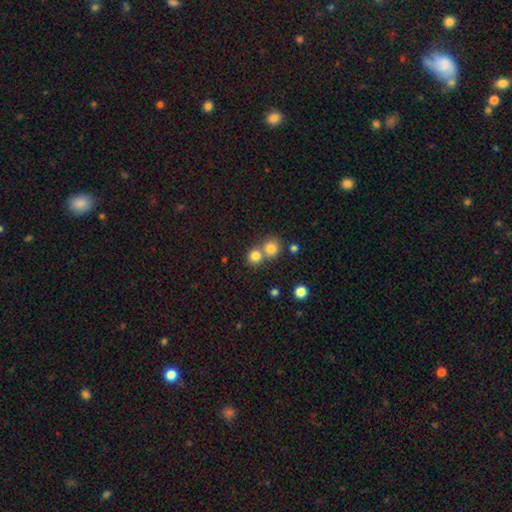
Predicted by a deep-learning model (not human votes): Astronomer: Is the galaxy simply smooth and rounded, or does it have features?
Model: smooth — 81%.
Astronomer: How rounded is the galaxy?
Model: round — 86%.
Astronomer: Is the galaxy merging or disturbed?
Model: none — 50% (runner-up: merger, 42%).